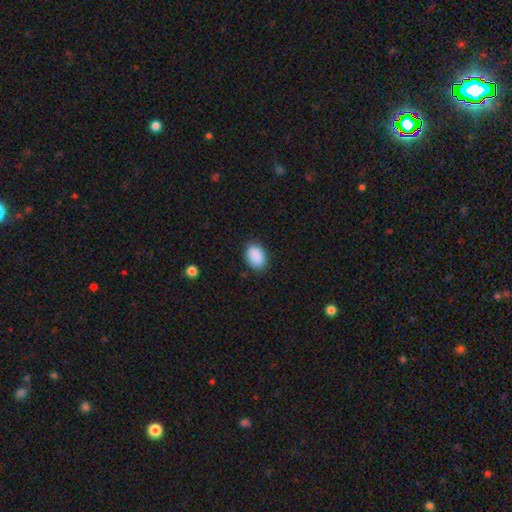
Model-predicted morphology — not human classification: A smooth galaxy with no disk features (90%) that is in between round and cigar-shaped (78%). Merging: none (86%).